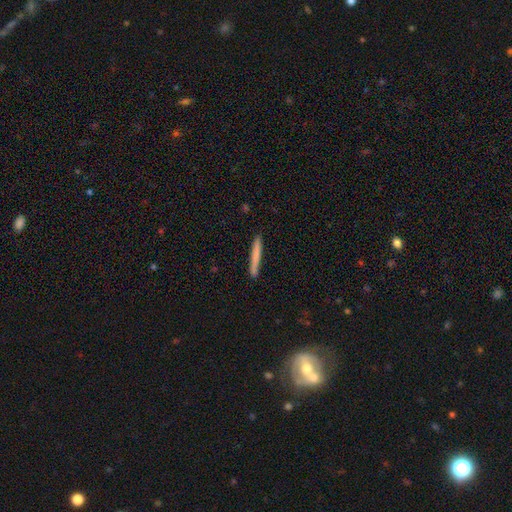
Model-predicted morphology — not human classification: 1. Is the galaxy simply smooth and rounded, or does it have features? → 74% smooth, 21% featured or disk, 5% star or artifact.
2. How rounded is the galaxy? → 97% cigar-shaped, 2% in between, 1% round.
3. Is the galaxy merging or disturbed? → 91% none, 7% minor disturbance, 1% major disturbance, 1% merger.